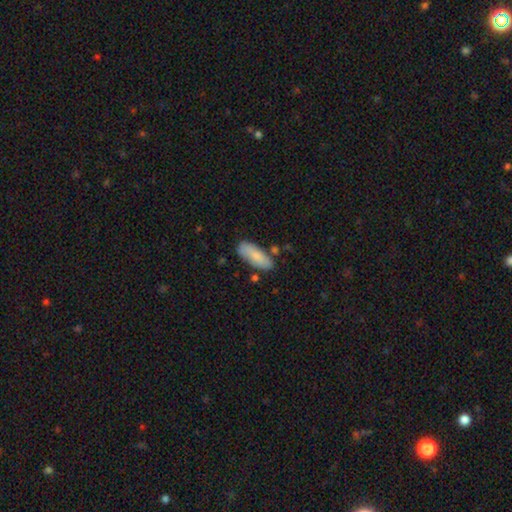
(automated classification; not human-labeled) Smooth or featured: smooth — 83% (featured or disk — 11%)
How rounded: in between — 72% (cigar-shaped — 26%)
Merging: none — 76% (minor disturbance — 16%)